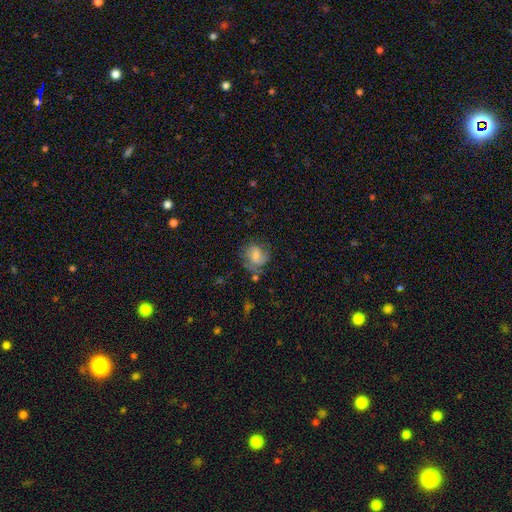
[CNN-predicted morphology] A smooth galaxy with no disk features (58%) that is round (69%). Merging: none (54%).